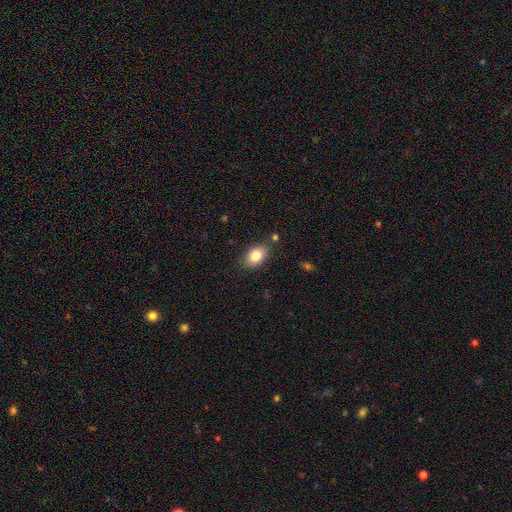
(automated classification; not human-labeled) smooth 83%, featured or disk 9%, star or artifact 8%. Down the decision tree: how rounded — in between (86%); merging — none (82%).